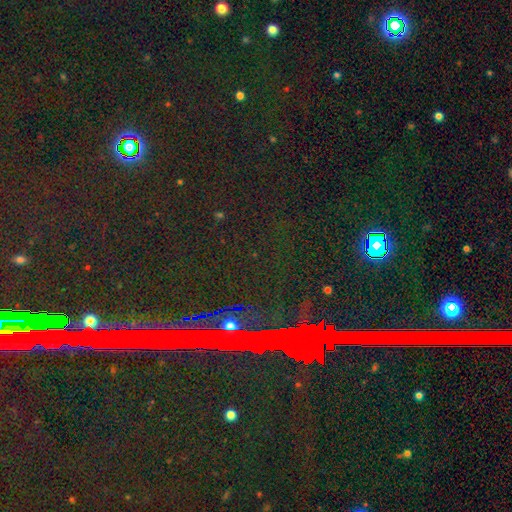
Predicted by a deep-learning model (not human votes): Q: Smooth or featured?
A: star or artifact (86%); runner-up: featured or disk (7%)